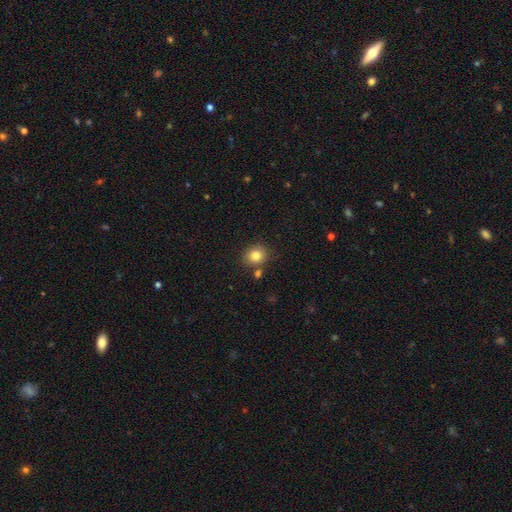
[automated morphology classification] smooth 82%, star or artifact 11%, featured or disk 7%. Down the decision tree: how rounded — round (76%); merging — none (78%).